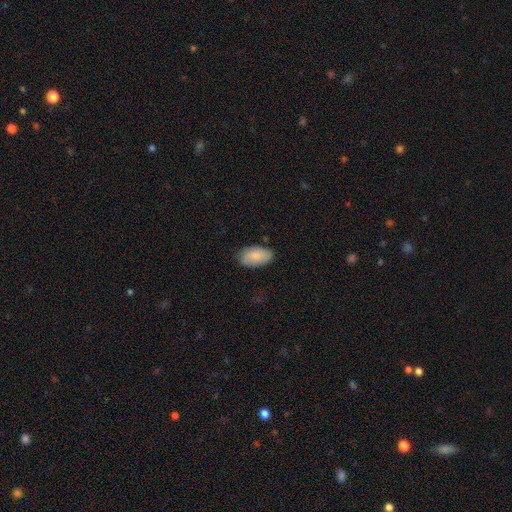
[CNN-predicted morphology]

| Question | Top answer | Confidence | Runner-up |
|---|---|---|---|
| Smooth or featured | smooth | 79% | featured or disk (15%) |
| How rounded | in between | 94% | round (4%) |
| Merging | none | 78% | minor disturbance (17%) |